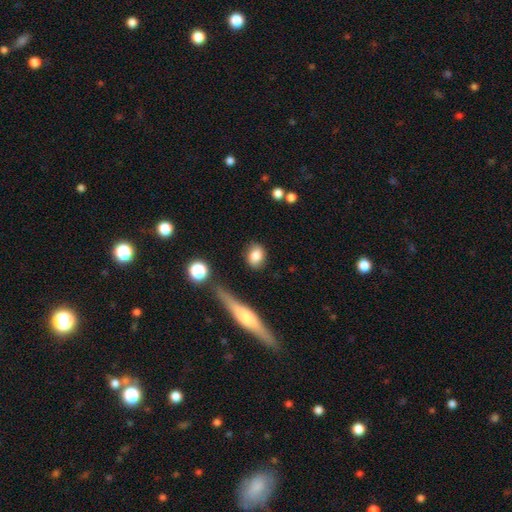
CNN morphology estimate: A smooth galaxy with no disk features (82%) that is in between round and cigar-shaped (55%).

Vote fractions:
- Smooth or featured? smooth: 82% / featured or disk: 10% / star or artifact: 8%
- How rounded? in between: 55% / round: 42% / cigar-shaped: 3%
- Merging? none: 83% / minor disturbance: 11% / merger: 3% / major disturbance: 3%